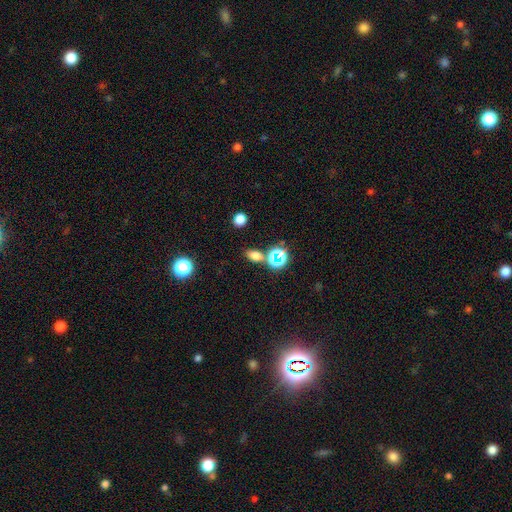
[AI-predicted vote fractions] smooth 65%, star or artifact 27%, featured or disk 8%. Down the decision tree: how rounded — in between (74%); merging — none (70%).